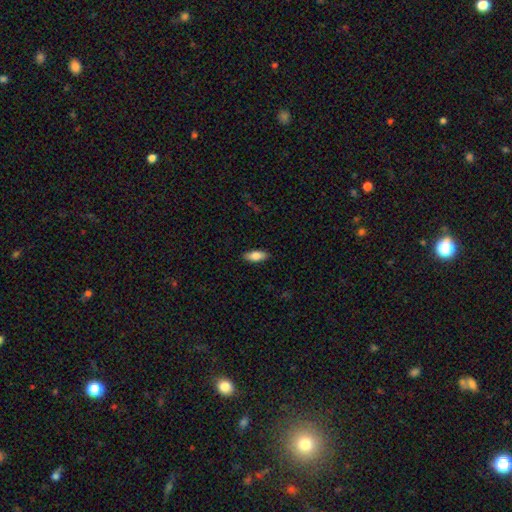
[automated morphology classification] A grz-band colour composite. It shows a smooth galaxy with no disk features (82%) that is in between round and cigar-shaped (79%). Merging: none (87%).